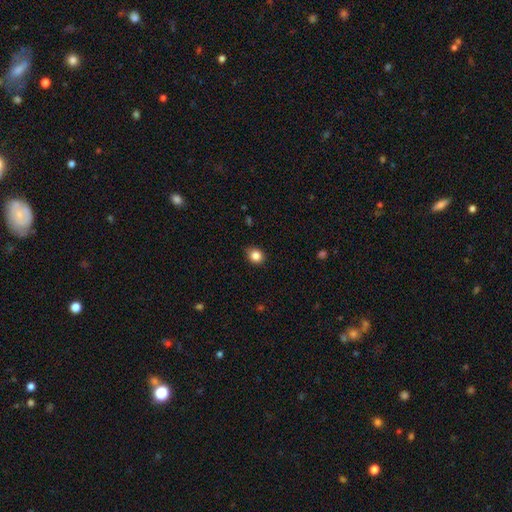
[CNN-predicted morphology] smooth_or_featured: smooth (p=0.85) [alt: star or artifact p=0.10]
how_rounded: round (p=0.68) [alt: in between p=0.31]
merging: none (p=0.82) [alt: minor disturbance p=0.14]